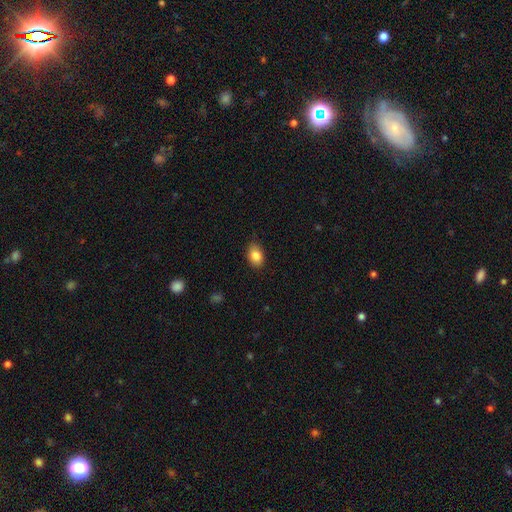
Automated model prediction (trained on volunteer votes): Overall: smooth (85%). How rounded: in between (82%). Merging: none (84%).